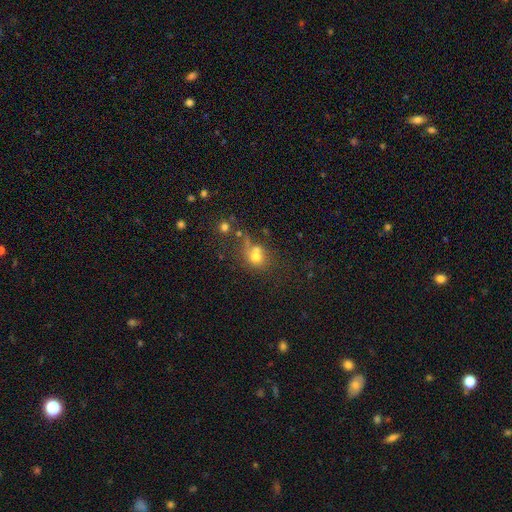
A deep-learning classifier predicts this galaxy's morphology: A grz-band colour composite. It shows a smooth galaxy with no disk features (66%) that is round (72%). Merging: merger (40%).